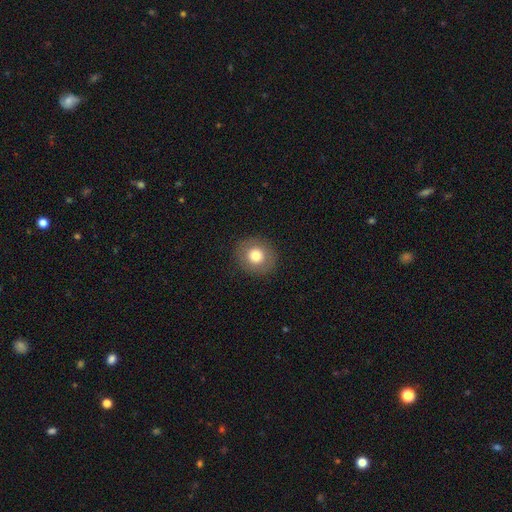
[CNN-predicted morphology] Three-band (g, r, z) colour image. It shows a smooth galaxy with no disk features (75%) that is round (87%). Merging: none (90%).